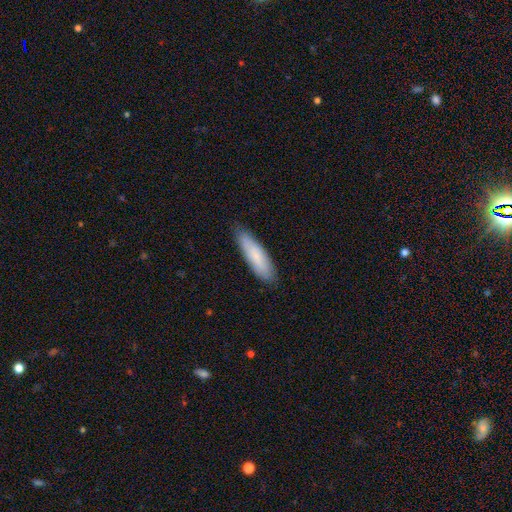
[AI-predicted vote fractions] A smooth galaxy with no disk features (76%) that is cigar-shaped (62%).

Vote fractions:
- Smooth or featured? smooth: 76% / featured or disk: 17% / star or artifact: 6%
- How rounded? cigar-shaped: 62% / in between: 36% / round: 1%
- Merging? none: 83% / minor disturbance: 14% / major disturbance: 2% / merger: 1%